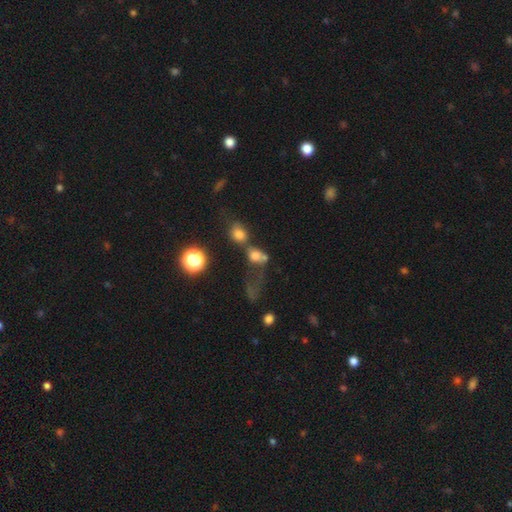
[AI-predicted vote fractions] Smooth or featured? smooth (67%)
How rounded? round (50%)
Merging? merger (55%)